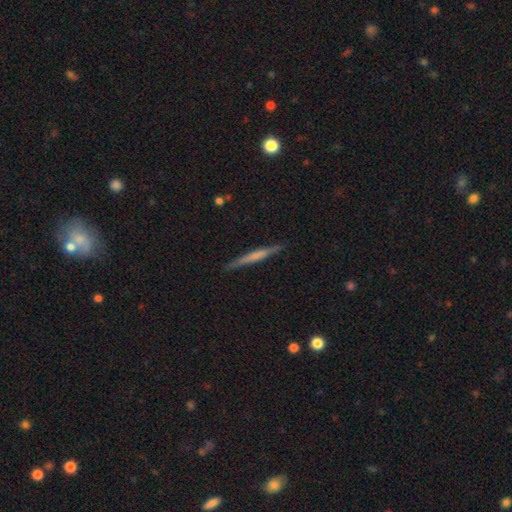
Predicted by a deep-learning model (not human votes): Smooth or featured? featured or disk (51%)
Edge-on disk? yes (97%)
Edge-on bulge? none (64%)
Merging? none (90%)